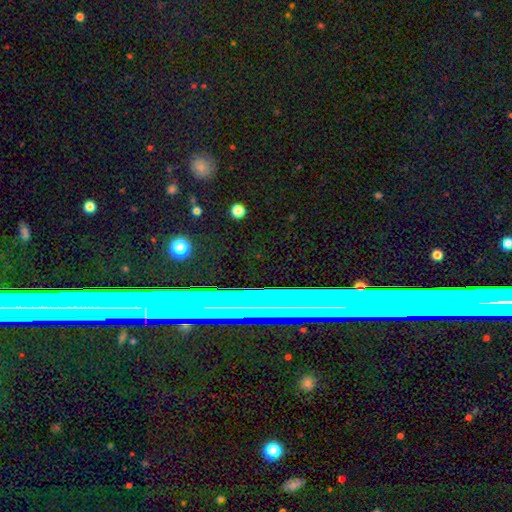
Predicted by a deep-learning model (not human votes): This is likely a star or artifact rather than a galaxy (63%).